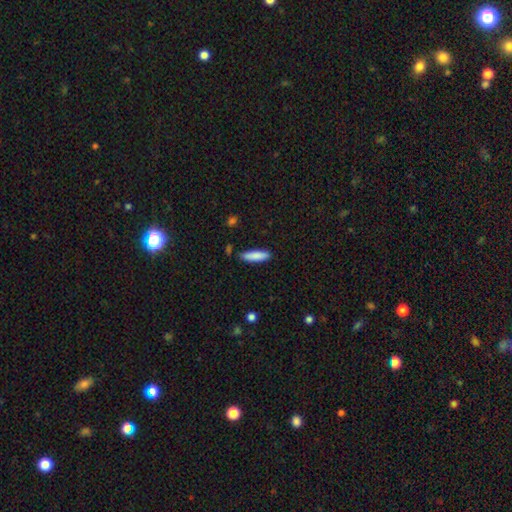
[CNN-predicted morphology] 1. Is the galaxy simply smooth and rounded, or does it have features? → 85% smooth, 9% featured or disk, 6% star or artifact.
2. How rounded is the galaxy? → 71% cigar-shaped, 27% in between, 1% round.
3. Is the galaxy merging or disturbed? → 85% none, 11% minor disturbance, 2% merger, 2% major disturbance.